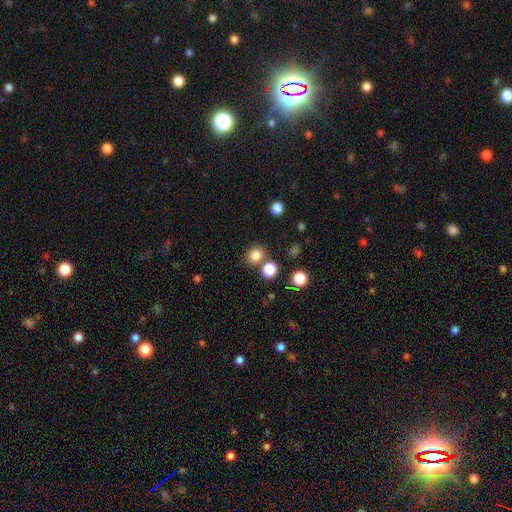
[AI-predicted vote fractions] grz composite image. It shows a smooth galaxy with no disk features (82%) that is round (76%). Merging: none (72%).